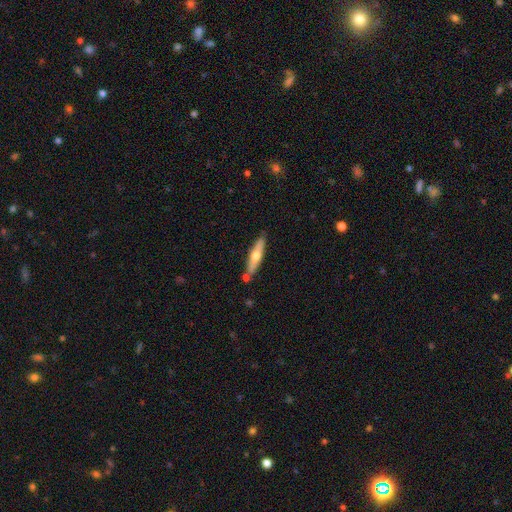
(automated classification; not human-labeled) This is possibly a smooth galaxy (49%). Merging: likely none (78%).